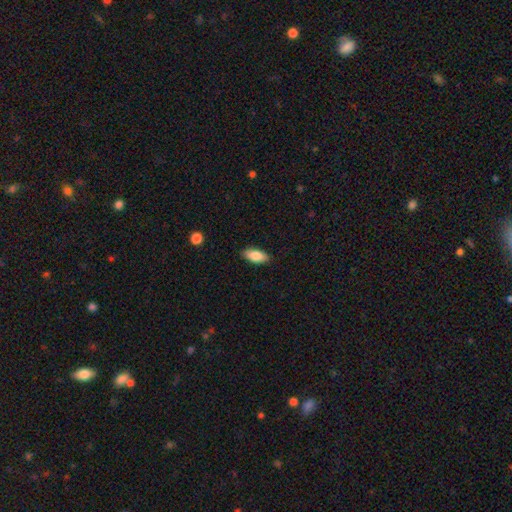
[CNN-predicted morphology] smooth 85%, featured or disk 8%, star or artifact 6%. Down the decision tree: how rounded — in between (88%); merging — none (87%).